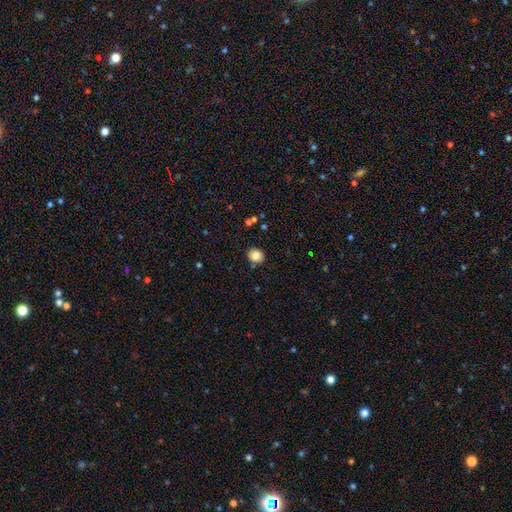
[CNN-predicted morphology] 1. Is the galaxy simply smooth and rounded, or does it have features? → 84% smooth, 10% star or artifact, 5% featured or disk.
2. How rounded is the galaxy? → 87% round, 12% in between, 1% cigar-shaped.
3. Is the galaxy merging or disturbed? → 88% none, 8% minor disturbance, 2% major disturbance, 2% merger.